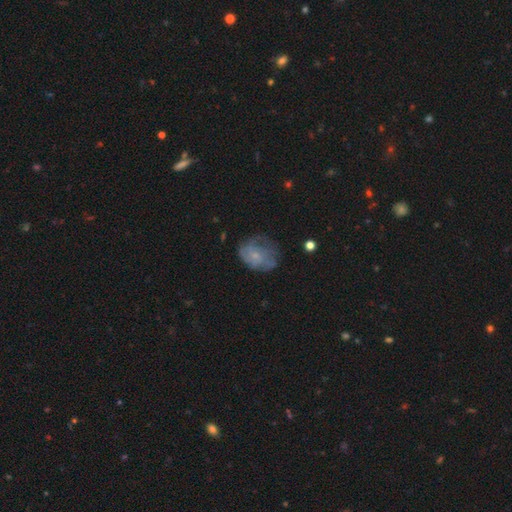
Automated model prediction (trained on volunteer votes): This is possibly a featured or disk galaxy (48%). Merging: possibly none (50%).